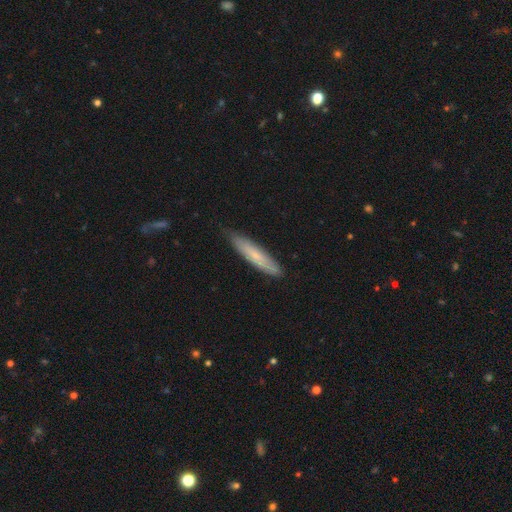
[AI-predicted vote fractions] Smooth or featured?
  - smooth: 63% *
  - featured or disk: 31%
  - star or artifact: 6%
How rounded?
  - cigar-shaped: 86% *
  - in between: 13%
  - round: 1%
Merging?
  - none: 79% *
  - minor disturbance: 17%
  - major disturbance: 2%
  - merger: 1%